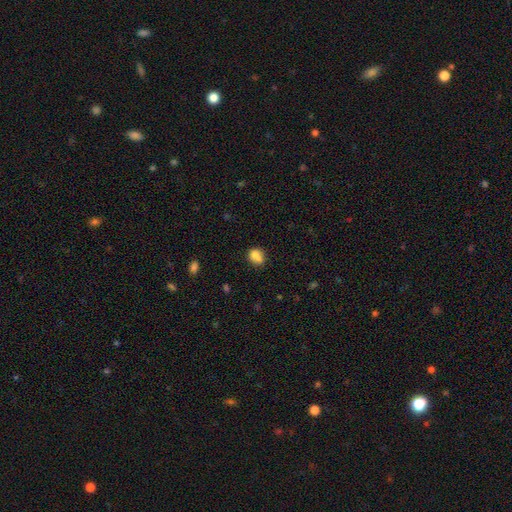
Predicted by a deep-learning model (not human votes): smooth-or-featured: smooth: 76% | featured or disk: 14% | star or artifact: 10%
  how-rounded: round: 64% | in between: 35% | cigar-shaped: 1%
  merging: merger: 40% (tied) | none: 40% (tied) | minor disturbance: 15% | major disturbance: 5%